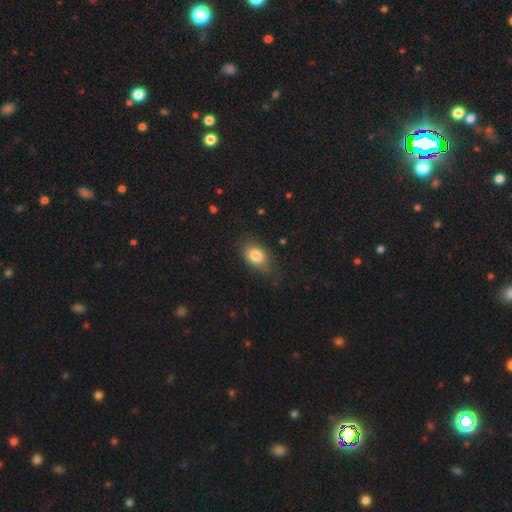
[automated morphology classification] Q: Smooth or featured?
A: smooth (82%); runner-up: featured or disk (10%)
Q: How rounded?
A: in between (84%); runner-up: round (13%)
Q: Merging?
A: none (70%); runner-up: minor disturbance (22%)